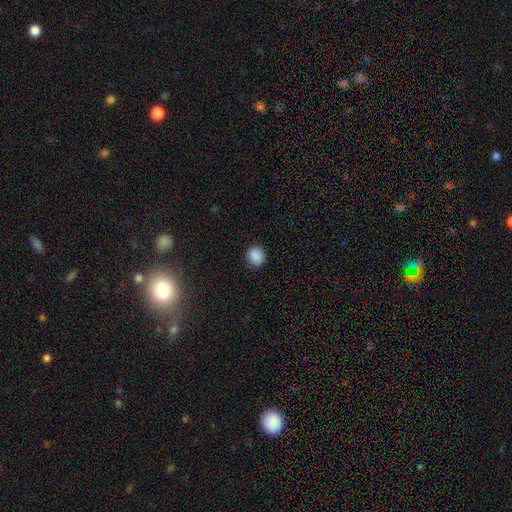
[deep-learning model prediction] Smooth or featured? Predicted: smooth (p=0.88). How rounded? Predicted: round (p=0.85). Merging? Predicted: none (p=0.89).